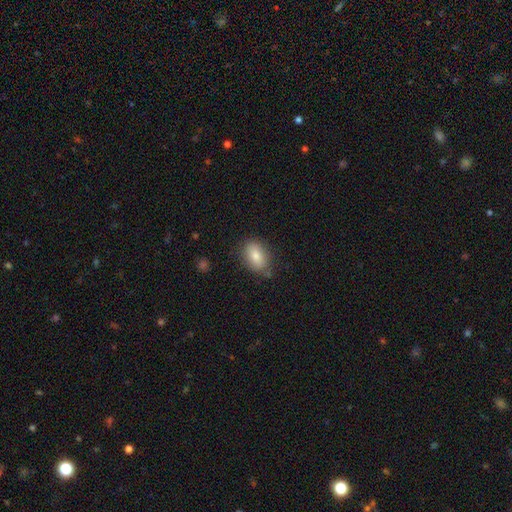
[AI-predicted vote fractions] Smooth or featured? Predicted: smooth (p=0.80). How rounded? Predicted: in between (p=0.82). Merging? Predicted: none (p=0.78).